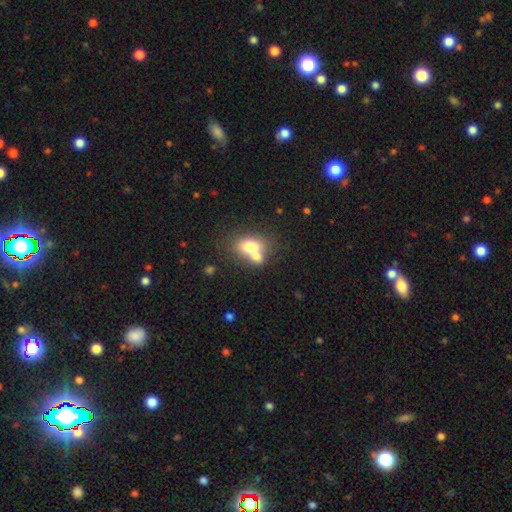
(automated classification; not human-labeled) A smooth galaxy with no disk features (71%) that is in between round and cigar-shaped (74%). Merging: merger (57%).